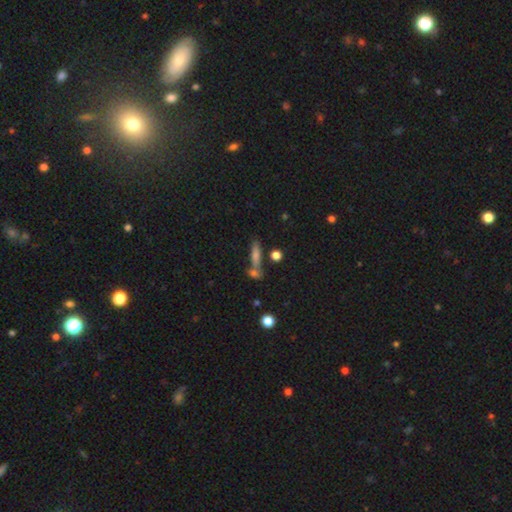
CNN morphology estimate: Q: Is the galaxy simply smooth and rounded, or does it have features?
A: smooth — 60%.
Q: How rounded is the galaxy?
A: cigar-shaped — 67%.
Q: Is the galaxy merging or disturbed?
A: none — 58%.